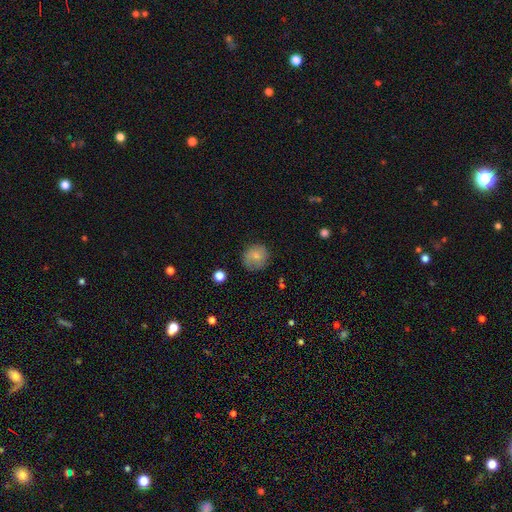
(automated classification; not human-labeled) The model was most divided on "smooth or featured": smooth: 68%, featured or disk: 24%, star or artifact: 9%. More confident: how rounded — round (88%); merging — none (75%).